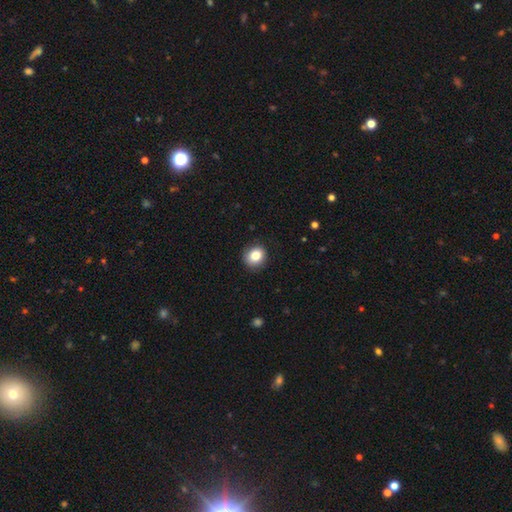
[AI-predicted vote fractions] Smooth or featured? Predicted: smooth (p=0.82). How rounded? Predicted: round (p=0.76). Merging? Predicted: none (p=0.88).